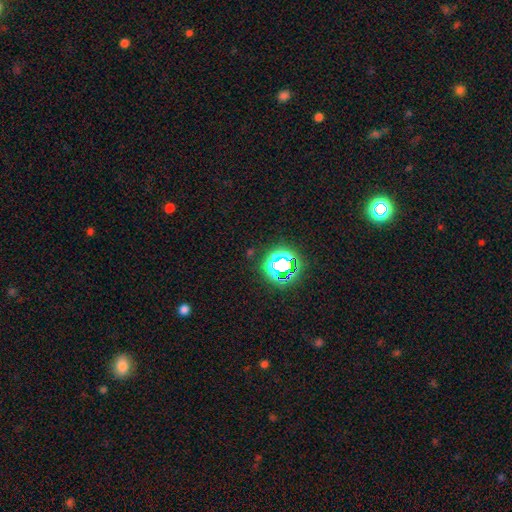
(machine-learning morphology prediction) smooth-or-featured: star or artifact: 74% | smooth: 18% | featured or disk: 7%